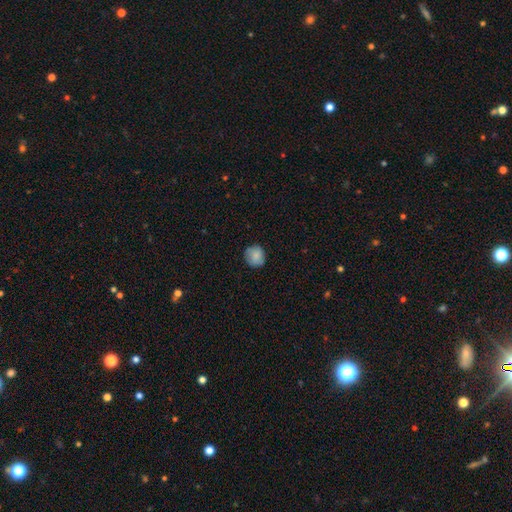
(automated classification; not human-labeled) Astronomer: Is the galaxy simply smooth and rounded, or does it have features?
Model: smooth — 84%.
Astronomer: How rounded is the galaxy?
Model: round — 88%.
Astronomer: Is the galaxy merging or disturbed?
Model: none — 82%.